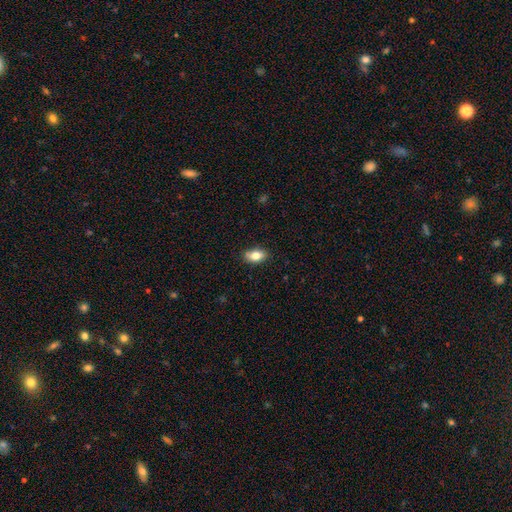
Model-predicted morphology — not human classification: This appears to be a smooth galaxy with no disk features (81%) that is in between round and cigar-shaped (89%). Merging: none (85%).